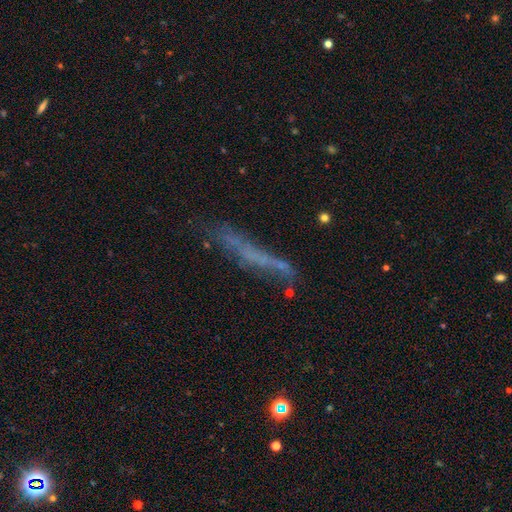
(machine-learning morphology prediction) Smooth or featured?
  - featured or disk: 43% *
  - smooth: 42%
  - star or artifact: 15%
Merging?
  - none: 59% *
  - minor disturbance: 23%
  - major disturbance: 13%
  - merger: 5%